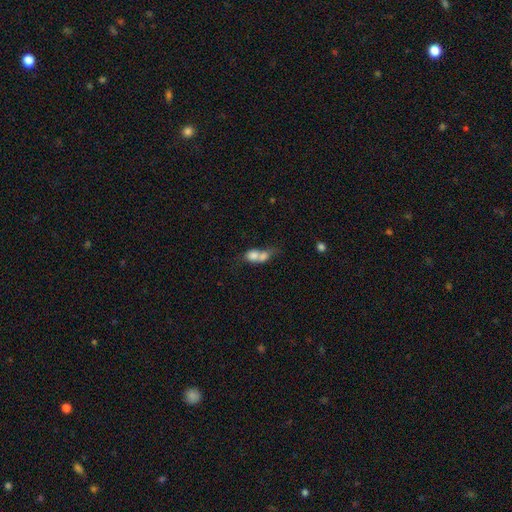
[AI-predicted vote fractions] Smooth or featured? Predicted: smooth (p=0.71). How rounded? Predicted: in between (p=0.56). Merging? Predicted: merger (p=0.74).